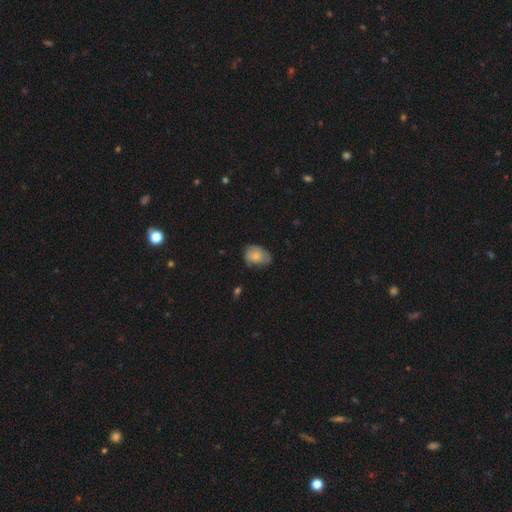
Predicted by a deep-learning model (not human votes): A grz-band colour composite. It shows a smooth galaxy with no disk features (71%) that is in between round and cigar-shaped (75%). Merging: none (51%).